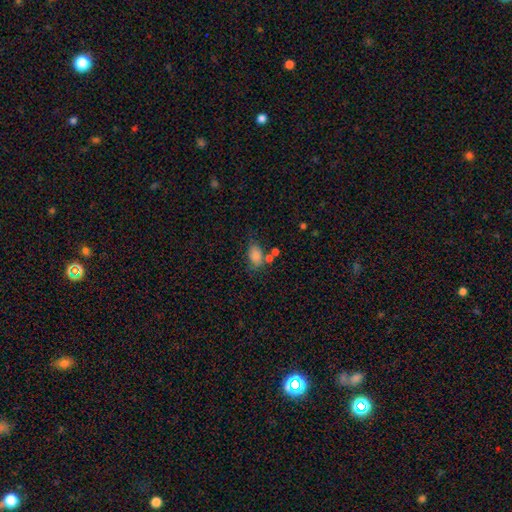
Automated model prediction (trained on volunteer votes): Smooth or featured: smooth — 82% (star or artifact — 10%)
How rounded: in between — 87% (round — 11%)
Merging: none — 53% (minor disturbance — 22%)